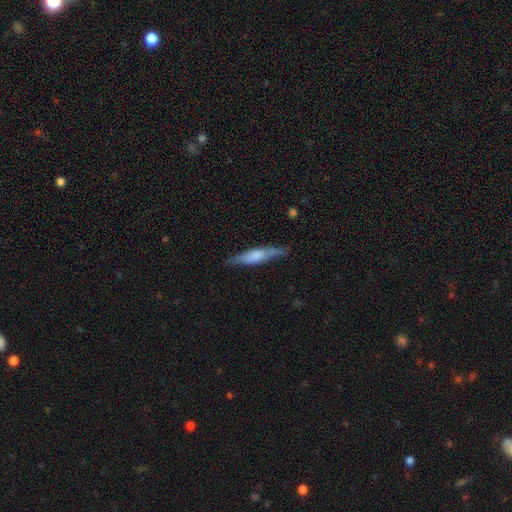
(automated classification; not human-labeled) smooth_or_featured: featured or disk (p=0.49) [alt: smooth p=0.45]
merging: none (p=0.81) [alt: minor disturbance p=0.14]